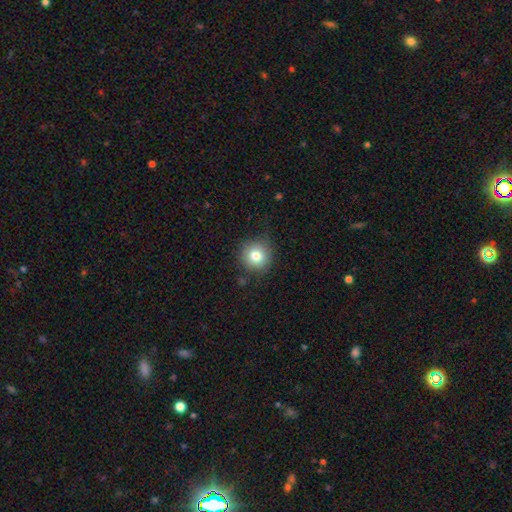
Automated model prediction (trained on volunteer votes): The model was most divided on "smooth or featured": smooth: 79%, star or artifact: 11%, featured or disk: 10%. More confident: how rounded — round (93%); merging — none (83%).